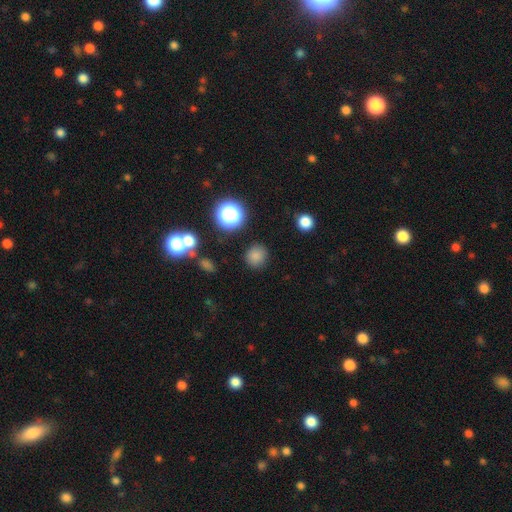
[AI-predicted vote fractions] This appears to be a smooth galaxy with no disk features (79%) that is round (85%). Merging: none (86%).